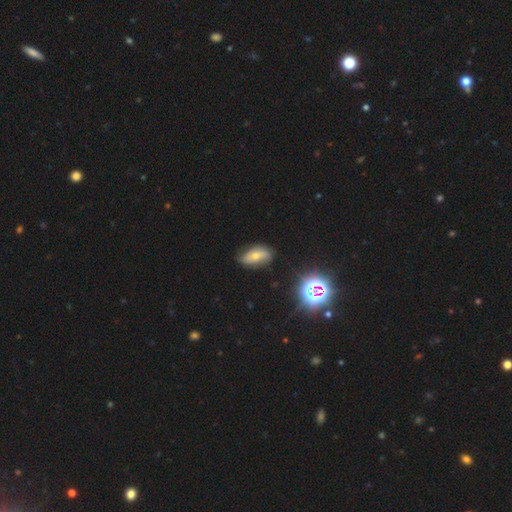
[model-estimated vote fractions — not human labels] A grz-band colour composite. It shows a smooth galaxy with no disk features (47%). Merging: none (70%).